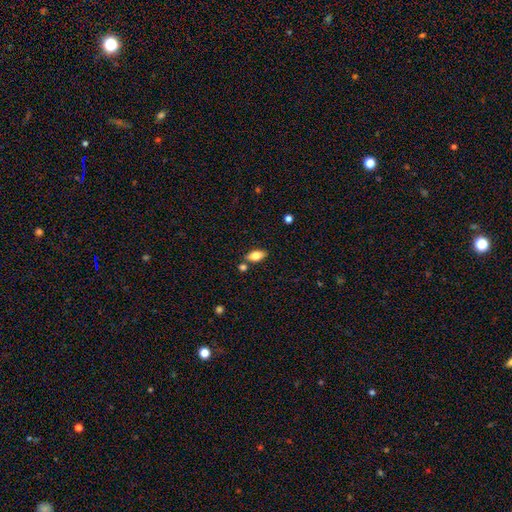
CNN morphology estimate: The model was most divided on "smooth or featured": smooth: 73%, featured or disk: 19%, star or artifact: 8%. More confident: how rounded — in between (88%); merging — none (78%).